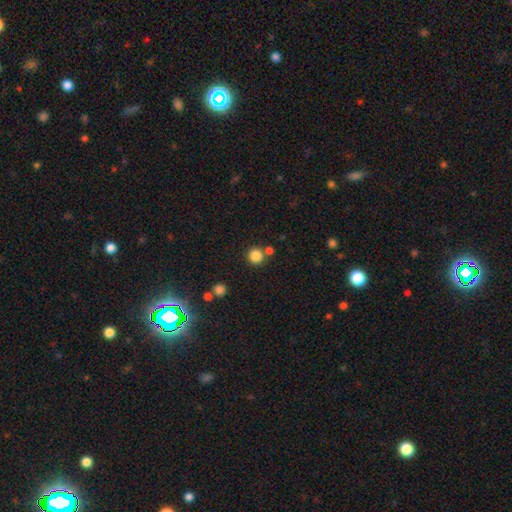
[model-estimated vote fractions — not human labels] Overall: smooth (84%). How rounded: round (93%). Merging: none (75%).